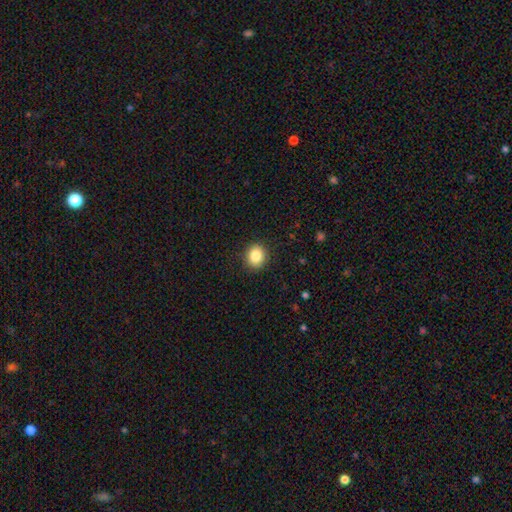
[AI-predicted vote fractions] This is clearly a smooth galaxy (85%). How rounded: likely round (70%). Merging: clearly none (90%).